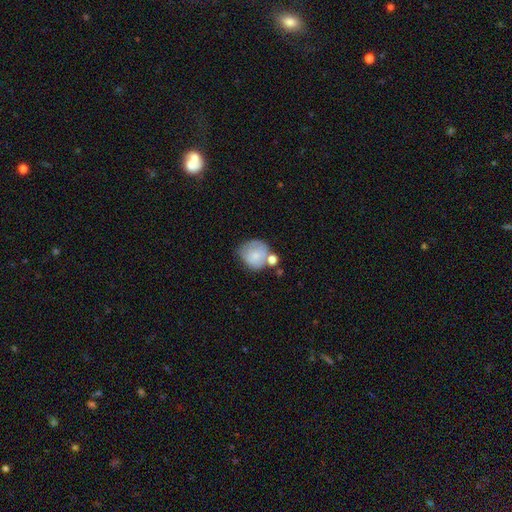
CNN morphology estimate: Q: Smooth or featured?
A: smooth (65%); runner-up: featured or disk (27%)
Q: How rounded?
A: round (81%); runner-up: in between (18%)
Q: Merging?
A: none (42%); runner-up: minor disturbance (24%)